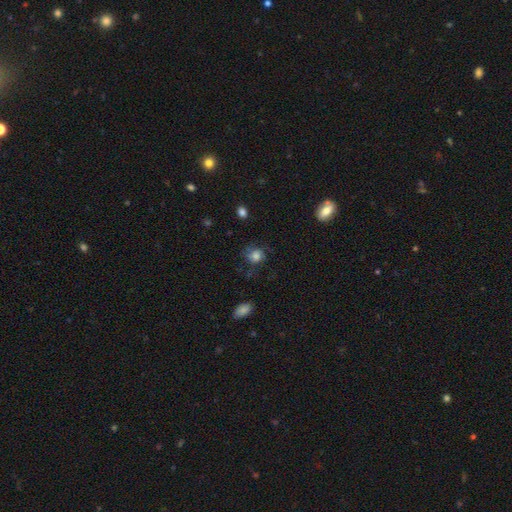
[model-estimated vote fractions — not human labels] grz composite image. It shows a smooth galaxy with no disk features (64%) that is round (72%). Merging: none (58%).